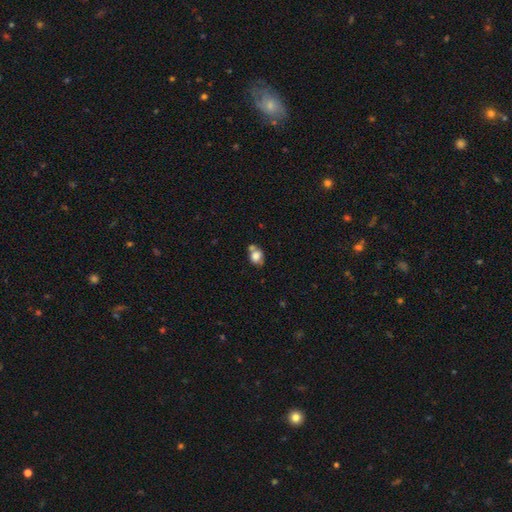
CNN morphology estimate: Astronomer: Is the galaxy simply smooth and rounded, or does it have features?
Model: smooth — 74%.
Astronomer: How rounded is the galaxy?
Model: round — 49%, tied with in between at 49%.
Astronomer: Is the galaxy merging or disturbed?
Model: none — 47% (runner-up: merger, 30%).